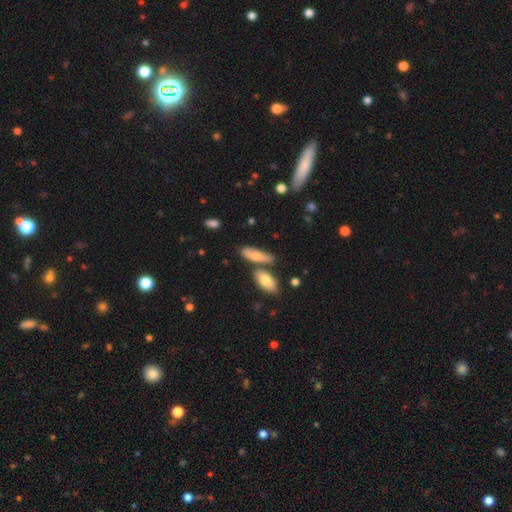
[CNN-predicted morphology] Q: Smooth or featured?
A: smooth (76%); runner-up: featured or disk (17%)
Q: How rounded?
A: in between (57%); runner-up: cigar-shaped (40%)
Q: Merging?
A: none (57%); runner-up: merger (21%)